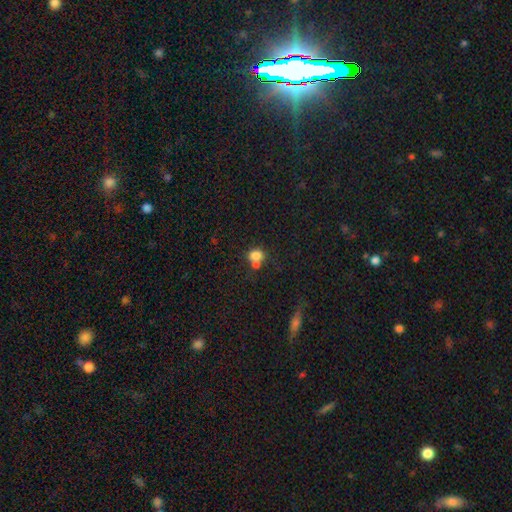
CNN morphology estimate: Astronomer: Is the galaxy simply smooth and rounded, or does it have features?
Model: smooth — 79%.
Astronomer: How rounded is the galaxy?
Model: round — 56% (runner-up: in between, 43%).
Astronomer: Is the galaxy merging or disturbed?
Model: none — 43%, tied with merger at 43%.